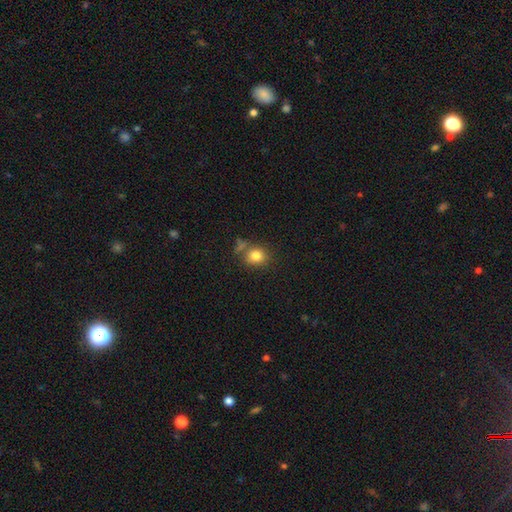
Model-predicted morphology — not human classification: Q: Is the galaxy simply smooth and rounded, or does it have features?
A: smooth — 82%.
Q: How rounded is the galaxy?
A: round — 74%.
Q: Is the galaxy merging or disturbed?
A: none — 66%.